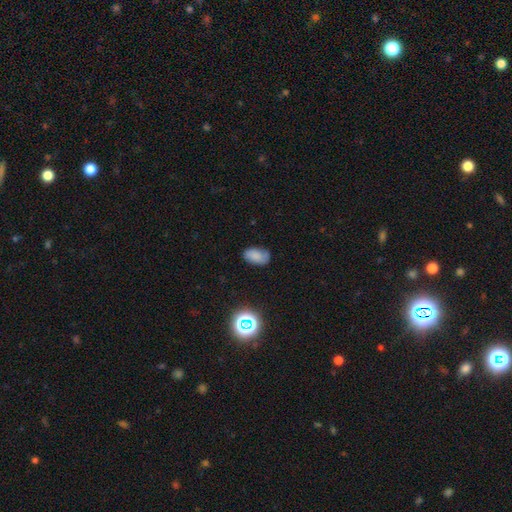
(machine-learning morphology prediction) Smooth or featured: smooth — 74% (star or artifact — 13%)
How rounded: in between — 90% (round — 8%)
Merging: none — 67% (minor disturbance — 25%)